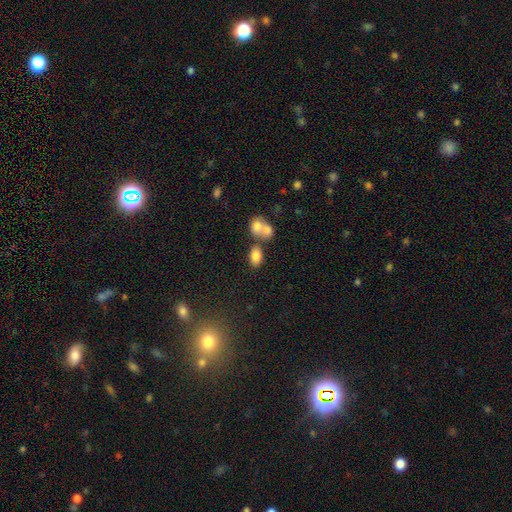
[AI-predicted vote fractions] smooth_or_featured: smooth (p=0.82) [alt: star or artifact p=0.09]
how_rounded: in between (p=0.89) [alt: round p=0.09]
merging: none (p=0.51) [alt: merger p=0.35]